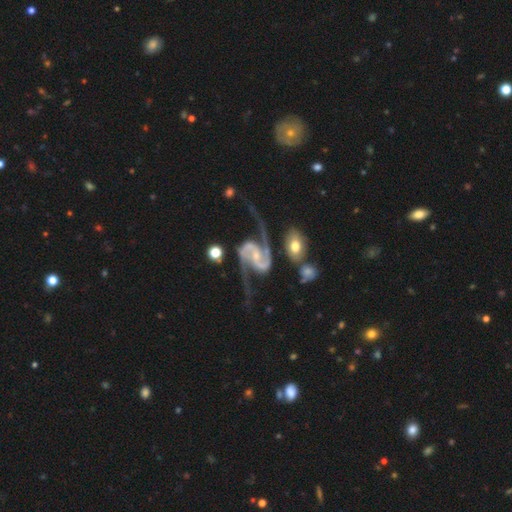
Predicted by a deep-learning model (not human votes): A featured or disk galaxy (94%) with a weak bar (42%), 2 (94%) loose (46%) spiral arms (98%) and a small central bulge (61%).

Vote fractions:
- Smooth or featured? featured or disk: 94% / star or artifact: 3% / smooth: 2%
- Edge-on disk? no: 98% / yes: 2%
- Bar? weak: 42% / no: 31% / strong: 27%
- Spiral arms? yes: 98% / no: 2%
- Spiral winding? loose: 46% / medium: 45% / tight: 10%
- Spiral arm count? 2: 94% / can't tell: 1% / 3: 1% / 1: 1% / 4: 1% / more than 4: 1%
- Bulge size? small: 61% / moderate: 27% / none: 8% / large: 2% / dominant: 1%
- Merging? none: 58% / minor disturbance: 18% / major disturbance: 17% / merger: 8%